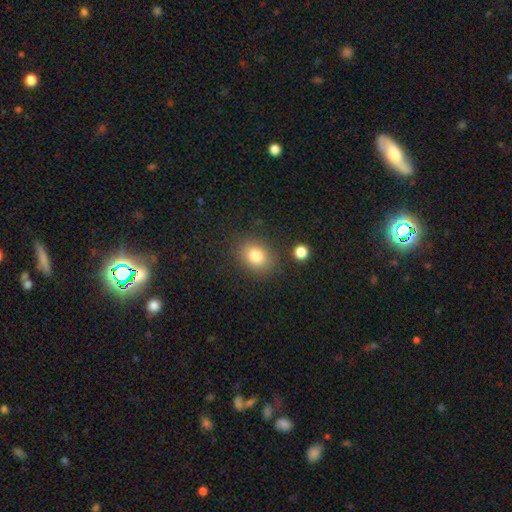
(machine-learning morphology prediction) Smooth or featured? smooth (82%)
How rounded? in between (59%)
Merging? none (81%)